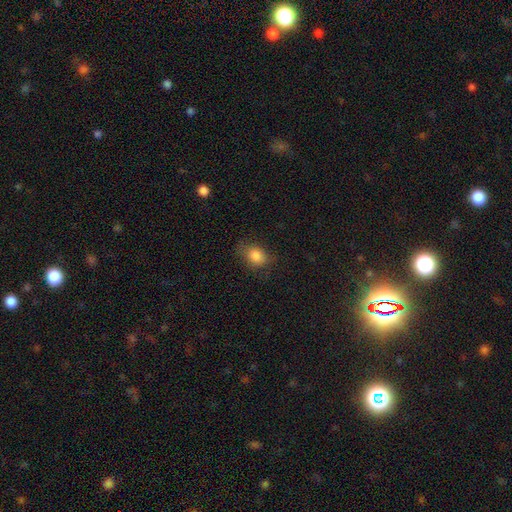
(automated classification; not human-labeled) A smooth galaxy with no disk features (84%) that is in between round and cigar-shaped (56%).

Vote fractions:
- Smooth or featured? smooth: 84% / star or artifact: 10% / featured or disk: 6%
- How rounded? in between: 56% / round: 43% / cigar-shaped: 1%
- Merging? none: 72% / minor disturbance: 20% / major disturbance: 7% / merger: 1%